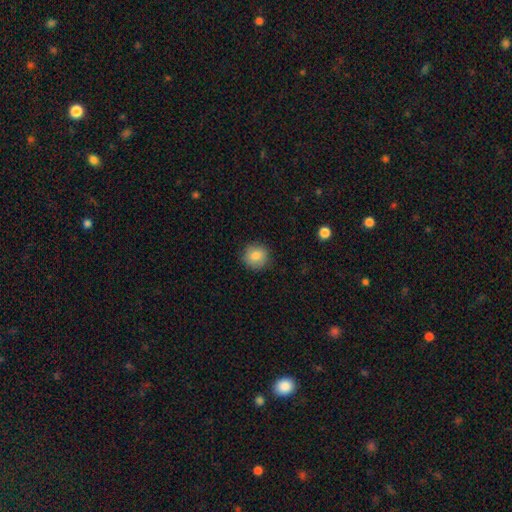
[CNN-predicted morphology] Smooth or featured: smooth — 84% (star or artifact — 9%)
How rounded: round — 92% (in between — 7%)
Merging: none — 88% (minor disturbance — 9%)